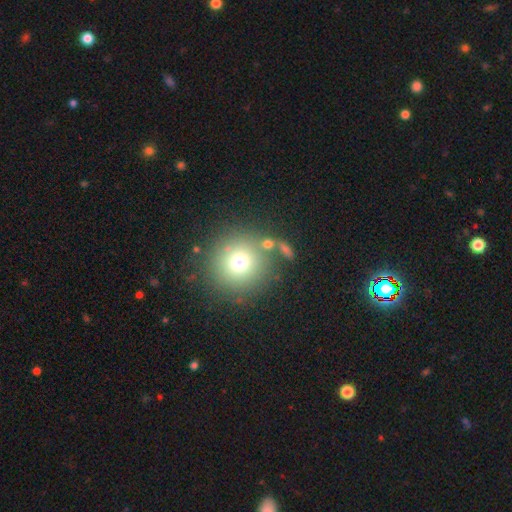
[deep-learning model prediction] A smooth galaxy with no disk features (68%) that is round (94%).

Vote fractions:
- Smooth or featured? smooth: 68% / star or artifact: 21% / featured or disk: 11%
- How rounded? round: 94% / in between: 5% / cigar-shaped: 1%
- Merging? none: 79% / merger: 9% / minor disturbance: 9% / major disturbance: 4%